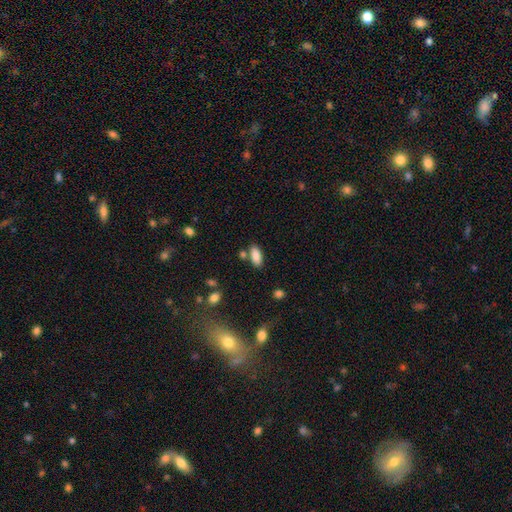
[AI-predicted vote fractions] Smooth or featured? Predicted: smooth (p=0.86). How rounded? Predicted: in between (p=0.83). Merging? Predicted: none (p=0.74).